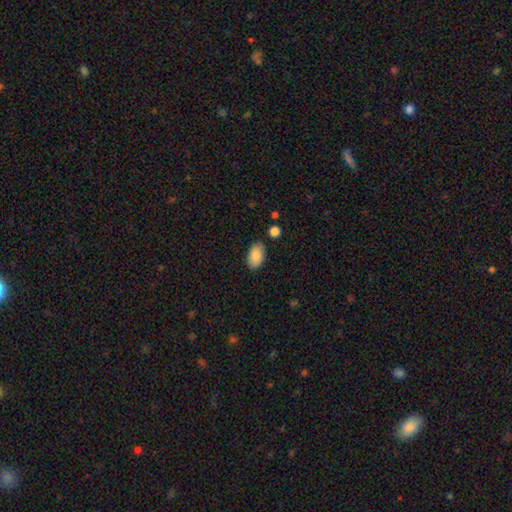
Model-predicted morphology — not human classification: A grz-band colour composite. It shows a smooth galaxy with no disk features (86%) that is in between round and cigar-shaped (94%). Merging: none (83%).